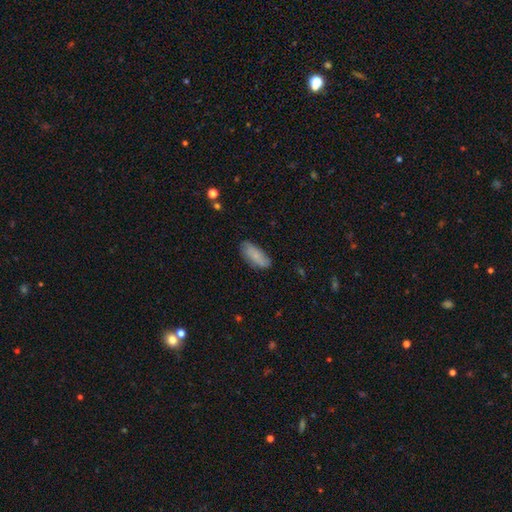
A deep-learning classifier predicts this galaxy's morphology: Smooth or featured? Predicted: smooth (p=0.81). How rounded? Predicted: in between (p=0.78). Merging? Predicted: none (p=0.76).